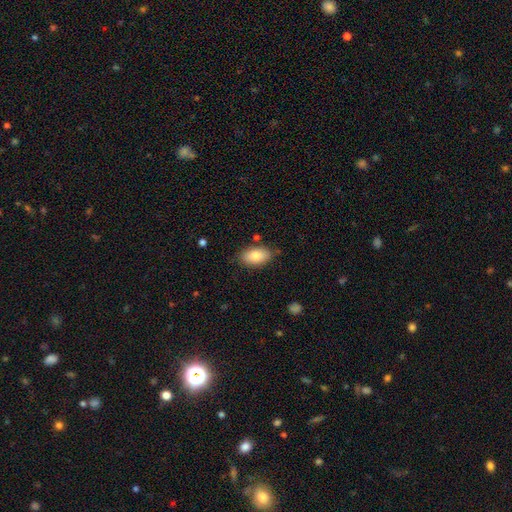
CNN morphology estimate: This is clearly a smooth galaxy (83%). How rounded: clearly in between (93%). Merging: clearly none (81%).